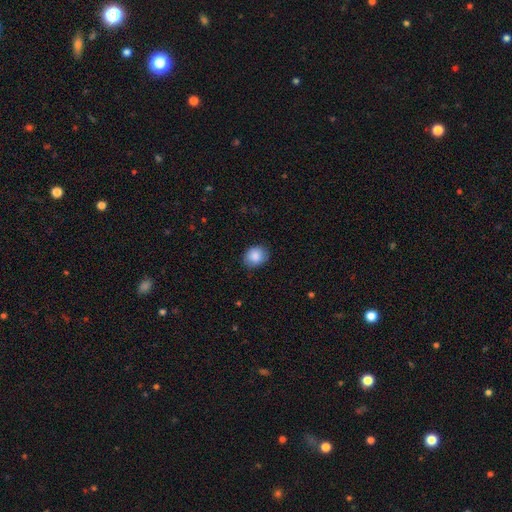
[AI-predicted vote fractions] Smooth or featured? Predicted: smooth (p=0.86). How rounded? Predicted: round (p=0.55). Merging? Predicted: none (p=0.83).